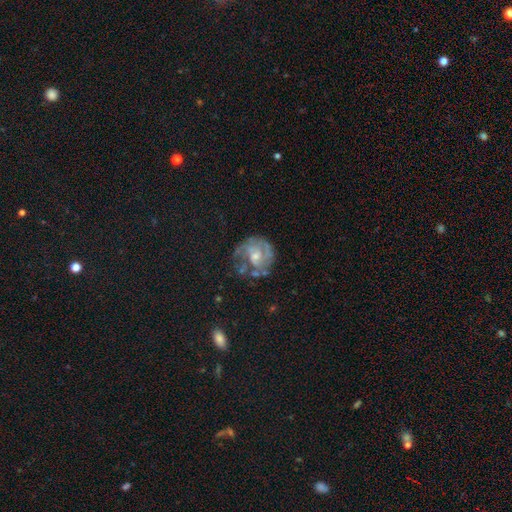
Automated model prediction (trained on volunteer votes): The model was most divided on "spiral winding": tight: 44%, medium: 38%, loose: 18%. Remaining: edge-on disk — no (98%); spiral arms — yes (74%); smooth or featured — featured or disk (72%); bar — no (67%); merging — none (49%); bulge size — moderate (48%); spiral arm count — can't tell (37%).